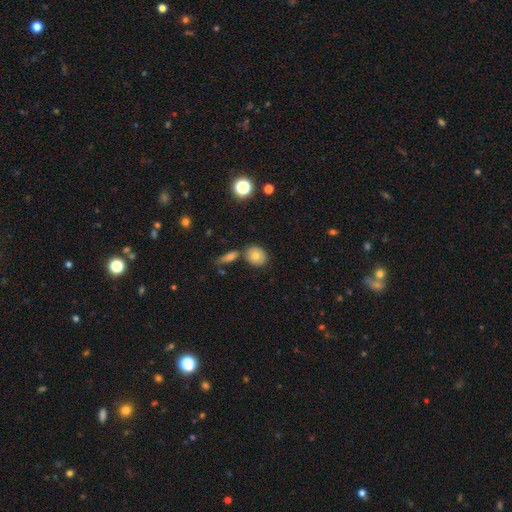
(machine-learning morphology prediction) smooth 73%, featured or disk 17%, star or artifact 10%. Down the decision tree: how rounded — round (60%); merging — none (73%).